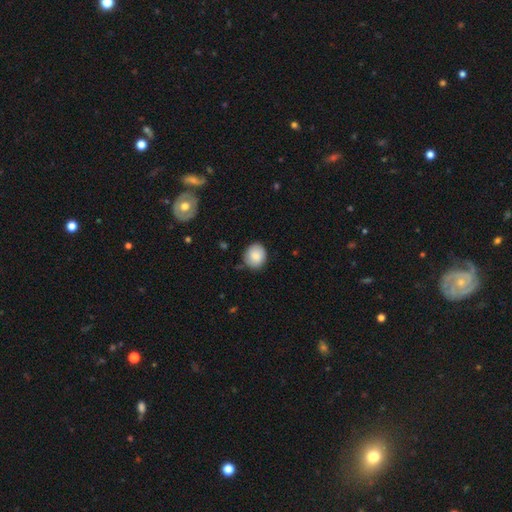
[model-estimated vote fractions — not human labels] The model was most divided on "how rounded": round: 71%, in between: 28%, cigar-shaped: 1%. More confident: smooth or featured — smooth (84%); merging — none (79%).